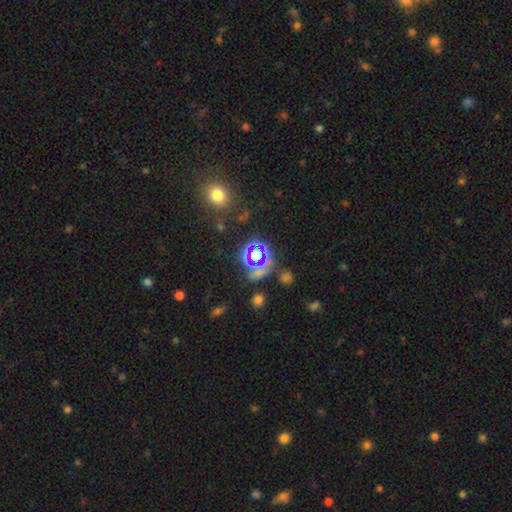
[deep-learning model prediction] Overall: star or artifact (63%; smooth 25%).